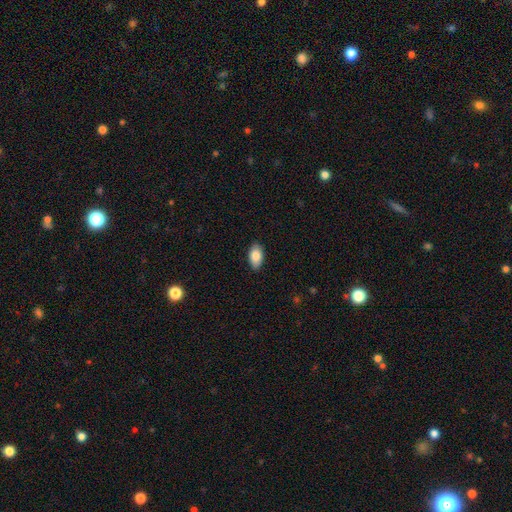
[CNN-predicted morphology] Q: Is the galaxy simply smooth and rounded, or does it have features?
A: smooth — 85%.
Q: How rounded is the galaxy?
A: in between — 94%.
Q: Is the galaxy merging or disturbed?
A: none — 88%.